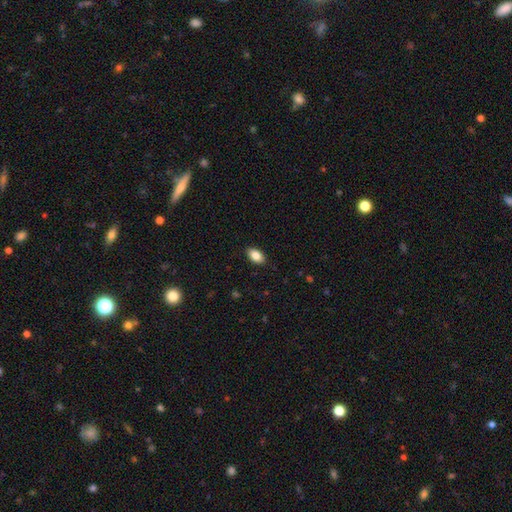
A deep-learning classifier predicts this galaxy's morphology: Smooth or featured?
  - smooth: 86% *
  - star or artifact: 8%
  - featured or disk: 6%
How rounded?
  - in between: 92% *
  - round: 6%
  - cigar-shaped: 2%
Merging?
  - none: 88% *
  - minor disturbance: 9%
  - major disturbance: 2%
  - merger: 1%